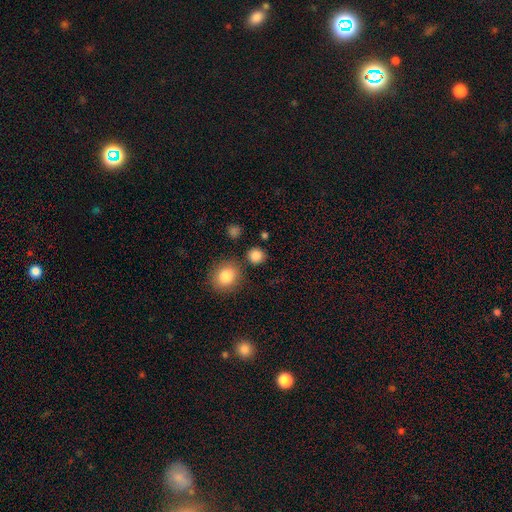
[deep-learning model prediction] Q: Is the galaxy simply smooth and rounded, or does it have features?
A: smooth — 84%.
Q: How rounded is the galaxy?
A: round — 89%.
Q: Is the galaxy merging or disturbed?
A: none — 82%.